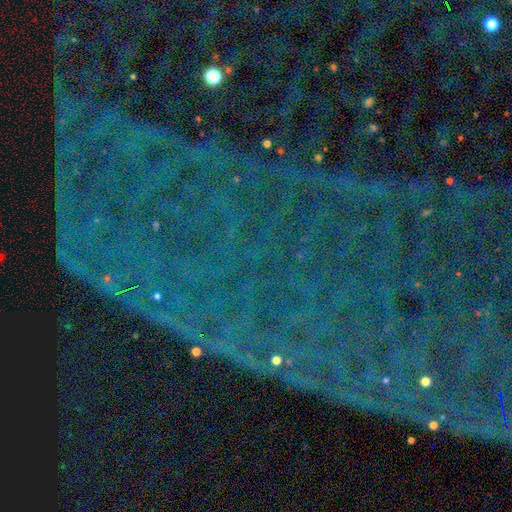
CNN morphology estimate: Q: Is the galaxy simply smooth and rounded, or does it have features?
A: star or artifact — 88%.